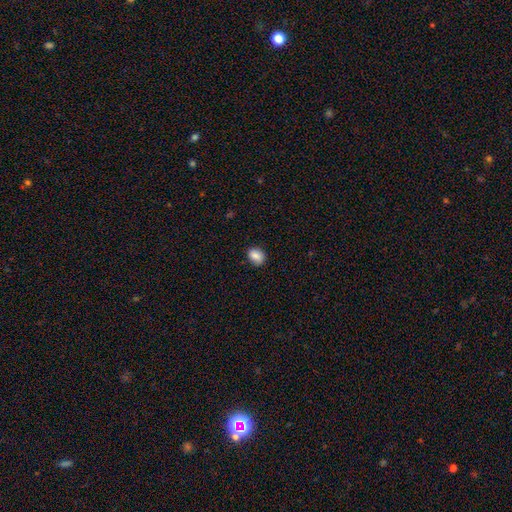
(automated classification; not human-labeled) This is clearly a smooth galaxy (84%). How rounded: possibly in between (56%). Merging: clearly none (81%).